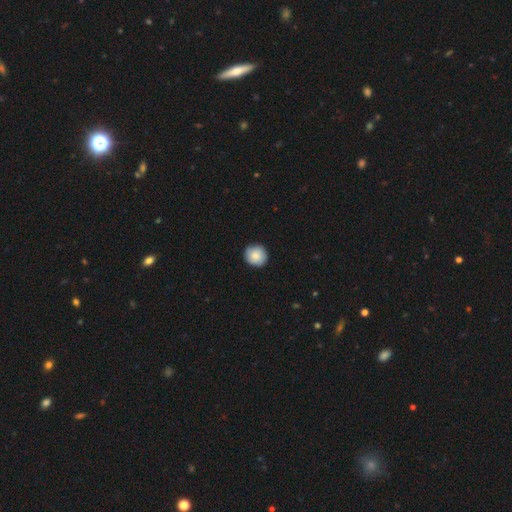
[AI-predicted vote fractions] This appears to be a smooth galaxy with no disk features (84%) that is round (91%). Merging: none (90%).